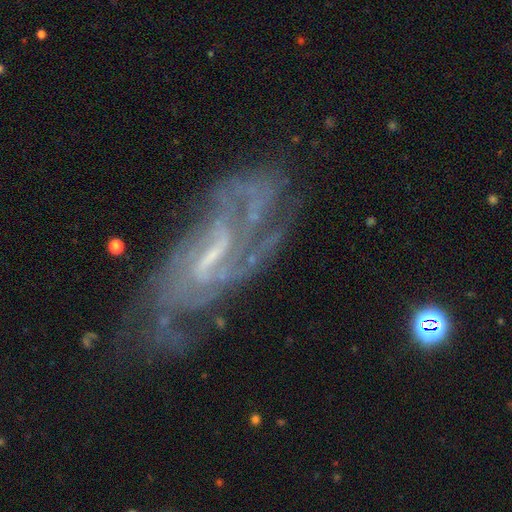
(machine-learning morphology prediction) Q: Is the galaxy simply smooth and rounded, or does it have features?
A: featured or disk — 84%.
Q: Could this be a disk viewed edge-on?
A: no — 91%.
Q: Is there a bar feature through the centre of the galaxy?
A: weak — 48%.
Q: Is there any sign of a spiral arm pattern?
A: yes — 91%.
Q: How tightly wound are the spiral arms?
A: tight — 45%.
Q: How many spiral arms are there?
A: can't tell — 41%.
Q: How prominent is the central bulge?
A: small — 47%.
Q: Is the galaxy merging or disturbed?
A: none — 60%.